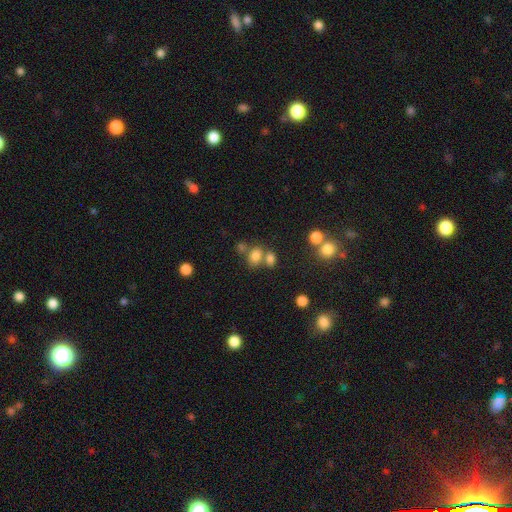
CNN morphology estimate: A smooth galaxy with no disk features (76%) that is in between round and cigar-shaped (67%). Merging: none (45%).